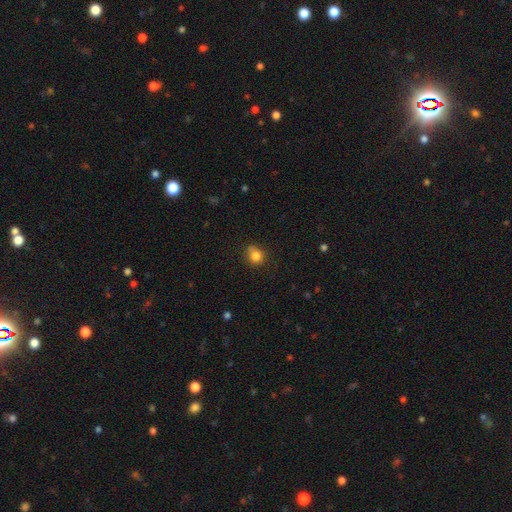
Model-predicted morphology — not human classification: Smooth or featured: smooth — 81% (star or artifact — 11%)
How rounded: round — 75% (in between — 24%)
Merging: none — 62% (minor disturbance — 25%)